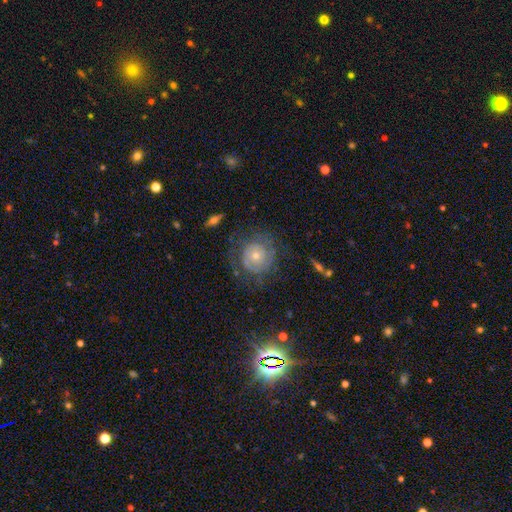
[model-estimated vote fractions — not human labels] A featured or disk galaxy (63%) with no bar (84%), spiral arms (79%) and a small central bulge (53%). Merging: none (69%).